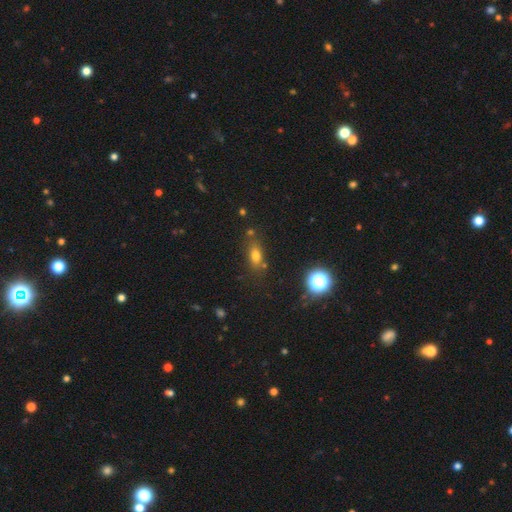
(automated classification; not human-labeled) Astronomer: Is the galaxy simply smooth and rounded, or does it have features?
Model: smooth — 70%.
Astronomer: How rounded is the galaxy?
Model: in between — 69%.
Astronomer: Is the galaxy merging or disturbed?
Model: none — 72%.